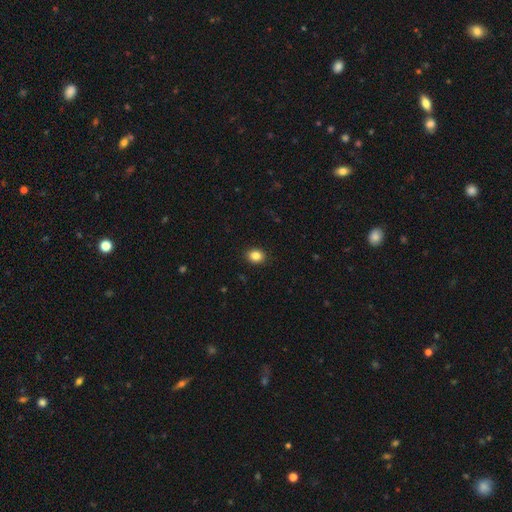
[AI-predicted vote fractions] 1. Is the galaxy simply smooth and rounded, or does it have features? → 85% smooth, 10% star or artifact, 5% featured or disk.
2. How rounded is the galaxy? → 50% round, 49% in between, 1% cigar-shaped.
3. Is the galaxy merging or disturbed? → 91% none, 7% minor disturbance, 2% major disturbance, 1% merger.